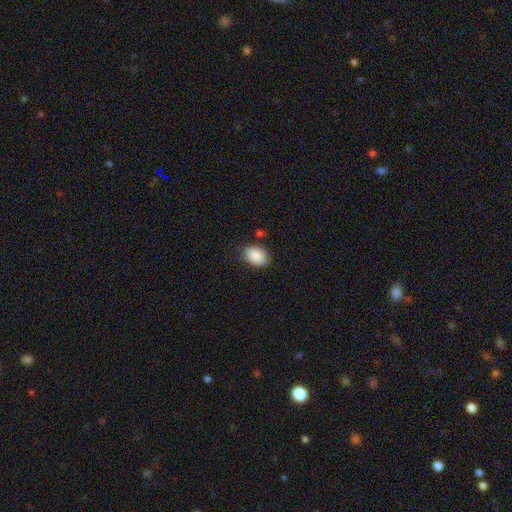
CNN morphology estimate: Smooth or featured? Predicted: smooth (p=0.88). How rounded? Predicted: in between (p=0.81). Merging? Predicted: none (p=0.80).